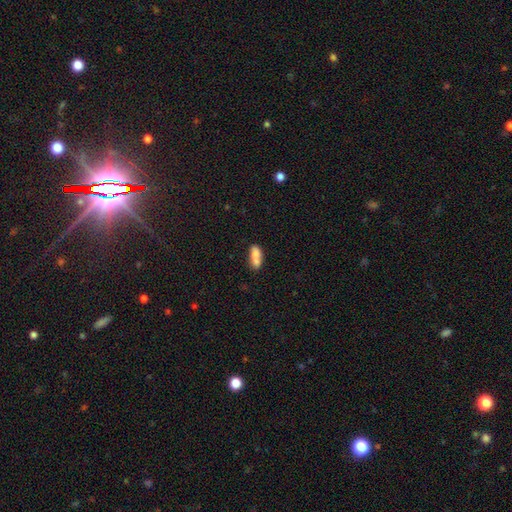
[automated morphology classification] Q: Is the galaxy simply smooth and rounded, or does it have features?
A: smooth — 74%.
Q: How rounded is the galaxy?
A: in between — 78%.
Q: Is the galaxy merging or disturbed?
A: merger — 47%.